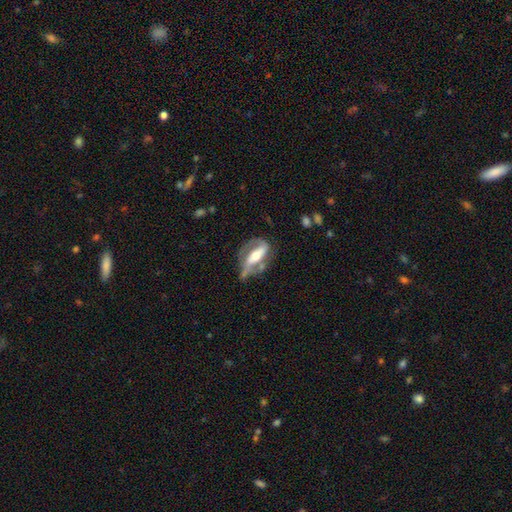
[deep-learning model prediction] Smooth or featured? Predicted: featured or disk (p=0.74). Edge-on disk? Predicted: no (p=0.86). Bar? Predicted: strong (p=0.52). Spiral arms? Predicted: yes (p=0.76). Bulge size? Predicted: moderate (p=0.62). Merging? Predicted: none (p=0.44).